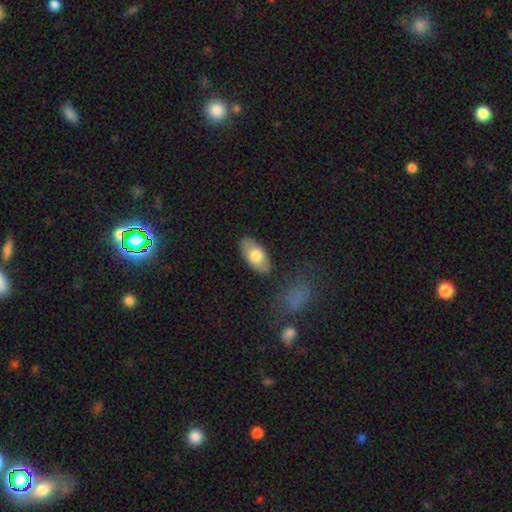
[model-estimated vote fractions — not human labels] A smooth galaxy with no disk features (71%) that is in between round and cigar-shaped (93%).

Vote fractions:
- Smooth or featured? smooth: 71% / featured or disk: 23% / star or artifact: 6%
- How rounded? in between: 93% / cigar-shaped: 4% / round: 3%
- Merging? none: 84% / minor disturbance: 11% / major disturbance: 3% / merger: 2%